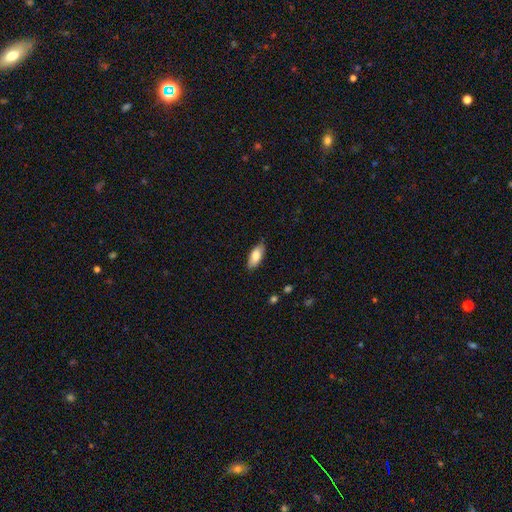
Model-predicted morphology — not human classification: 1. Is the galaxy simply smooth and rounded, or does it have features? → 81% smooth, 12% featured or disk, 6% star or artifact.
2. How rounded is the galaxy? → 85% in between, 13% cigar-shaped, 2% round.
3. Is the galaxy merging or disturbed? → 83% none, 14% minor disturbance, 2% major disturbance, 1% merger.